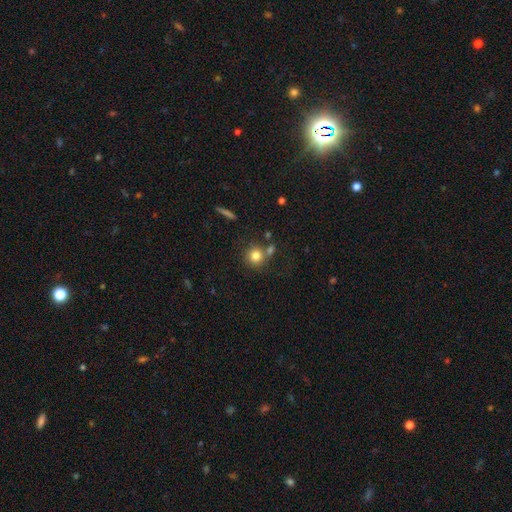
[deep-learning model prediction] A smooth galaxy with no disk features (80%) that is round (91%). Merging: none (66%).